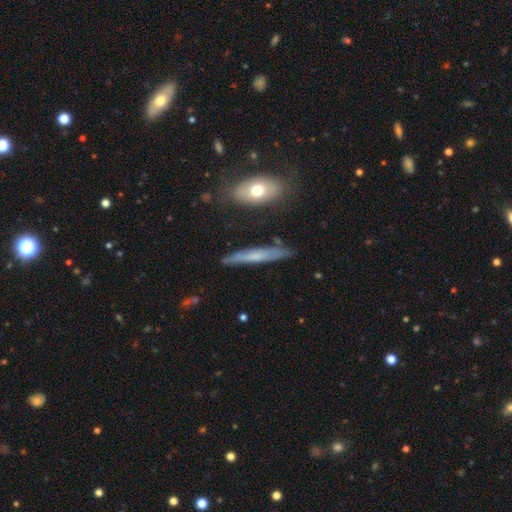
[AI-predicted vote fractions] A featured or disk galaxy (47%).

Vote fractions:
- Smooth or featured? featured or disk: 47% / smooth: 45% / star or artifact: 8%
- Merging? none: 83% / minor disturbance: 12% / major disturbance: 2% / merger: 2%